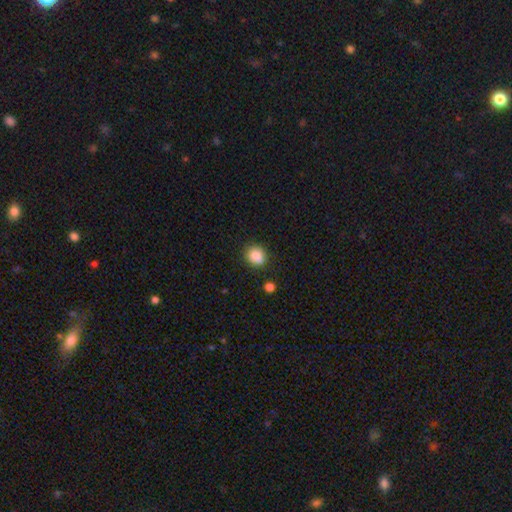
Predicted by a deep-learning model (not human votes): The model was most divided on "how rounded": round: 77%, in between: 22%, cigar-shaped: 1%. More confident: smooth or featured — smooth (84%); merging — none (77%).